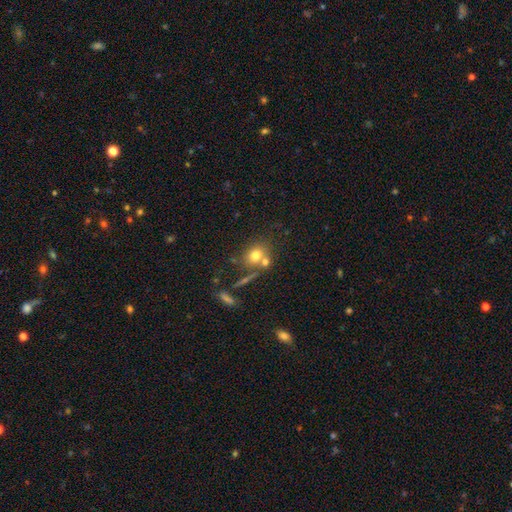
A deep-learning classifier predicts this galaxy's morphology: Smooth or featured?
  - smooth: 72% *
  - featured or disk: 15%
  - star or artifact: 13%
How rounded?
  - round: 60% *
  - in between: 38%
  - cigar-shaped: 2%
Merging?
  - none: 53% *
  - merger: 30%
  - minor disturbance: 12%
  - major disturbance: 5%